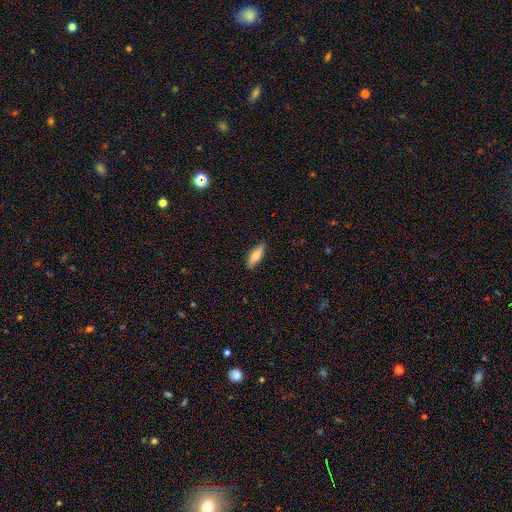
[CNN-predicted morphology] Q: Smooth or featured?
A: smooth (62%); runner-up: featured or disk (32%)
Q: How rounded?
A: cigar-shaped (58%); runner-up: in between (40%)
Q: Merging?
A: none (88%); runner-up: minor disturbance (9%)